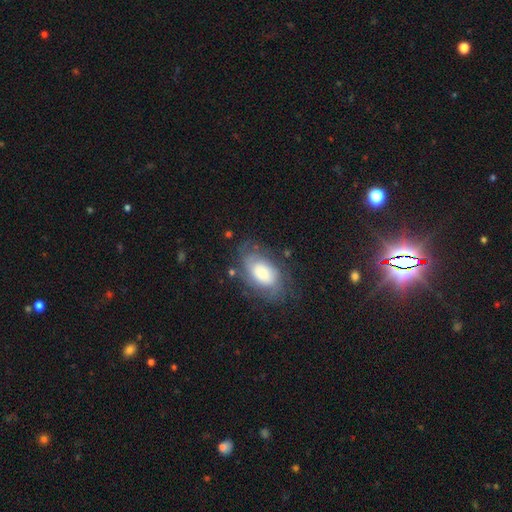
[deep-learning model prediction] The model was most divided on "smooth or featured": featured or disk: 47%, smooth: 35%, star or artifact: 18%. More confident: merging — none (73%).